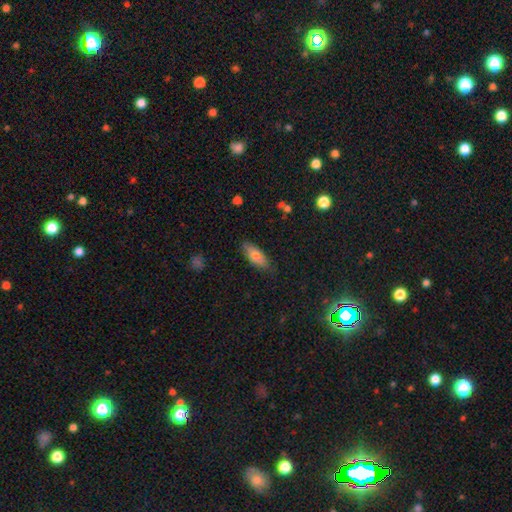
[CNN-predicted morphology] type=smooth (83%); roundness=in between (73%); merging=none (79%).